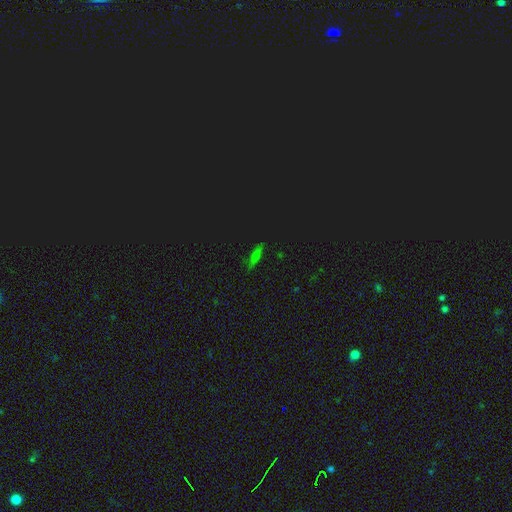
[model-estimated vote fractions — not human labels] A smooth galaxy with no disk features (47%).

Vote fractions:
- Smooth or featured? smooth: 47% / star or artifact: 32% / featured or disk: 21%
- Merging? none: 83% / minor disturbance: 13% / major disturbance: 3% / merger: 2%